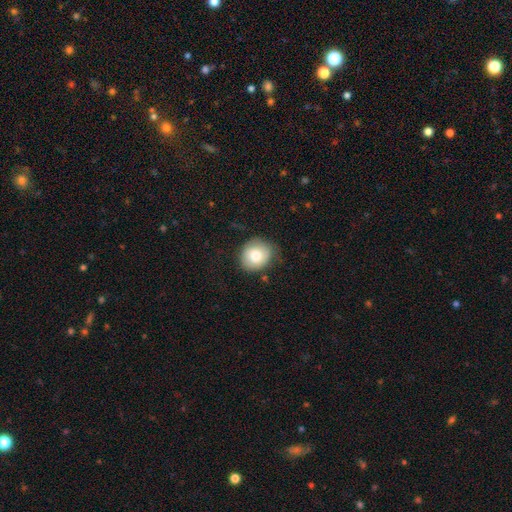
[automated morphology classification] This appears to be a smooth galaxy with no disk features (75%) that is round (78%). Merging: none (73%).